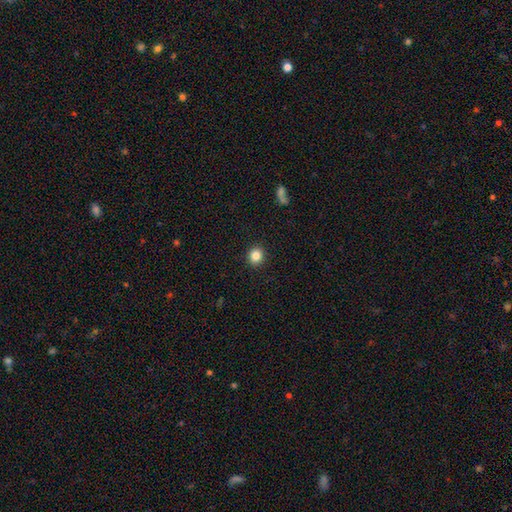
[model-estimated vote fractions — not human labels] Smooth or featured?
  - smooth: 85% *
  - star or artifact: 11%
  - featured or disk: 5%
How rounded?
  - round: 88% *
  - in between: 11%
  - cigar-shaped: 1%
Merging?
  - none: 93% *
  - minor disturbance: 5%
  - major disturbance: 2%
  - merger: 1%